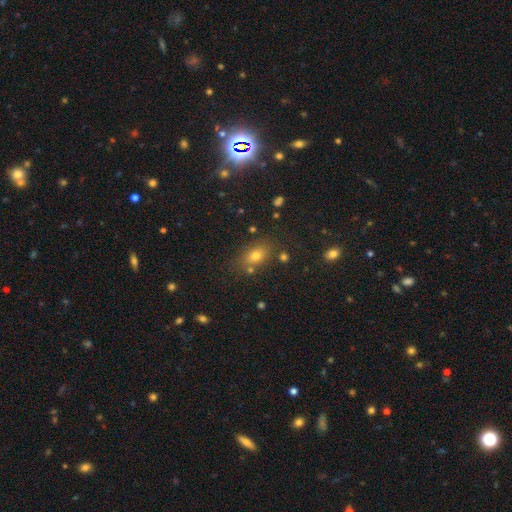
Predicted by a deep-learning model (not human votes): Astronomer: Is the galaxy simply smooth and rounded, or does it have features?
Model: smooth — 69%.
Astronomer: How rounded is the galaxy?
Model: in between — 73%.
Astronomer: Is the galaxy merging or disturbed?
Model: none — 75%.